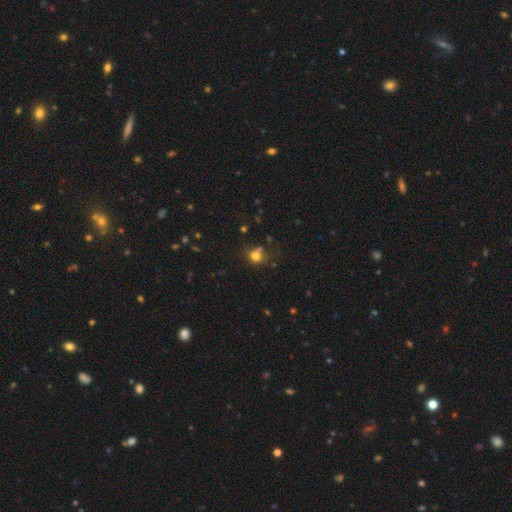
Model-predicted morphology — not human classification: Smooth or featured?
  - smooth: 76% *
  - star or artifact: 16%
  - featured or disk: 8%
How rounded?
  - round: 81% *
  - in between: 18%
  - cigar-shaped: 1%
Merging?
  - none: 62% *
  - minor disturbance: 17%
  - merger: 15%
  - major disturbance: 7%